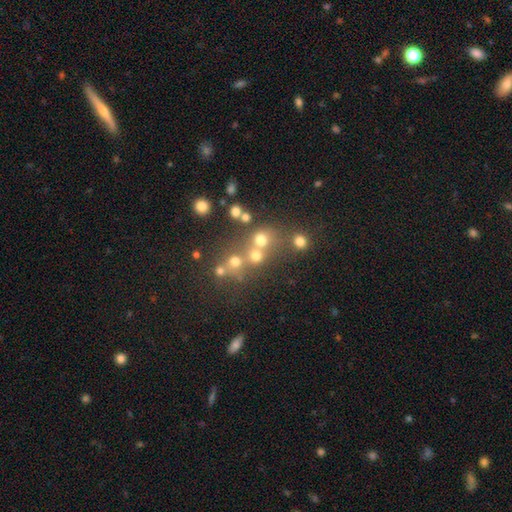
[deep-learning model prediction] Morphology: type=smooth (64%); roundness=round (83%); merging=none (52%).